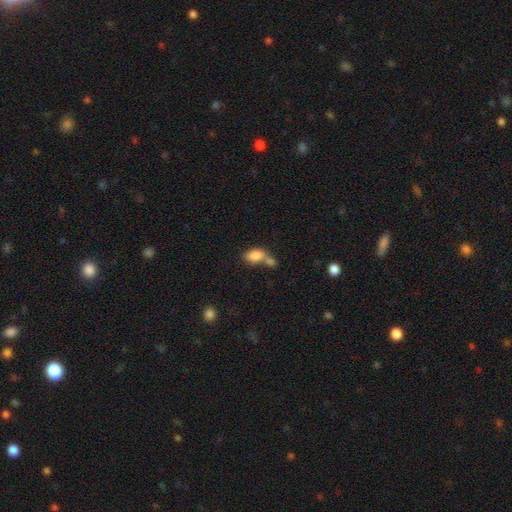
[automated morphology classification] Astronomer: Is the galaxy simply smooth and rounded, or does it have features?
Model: smooth — 83%.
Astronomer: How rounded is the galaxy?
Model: in between — 87%.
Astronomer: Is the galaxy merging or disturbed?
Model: merger — 53% (runner-up: none, 31%).